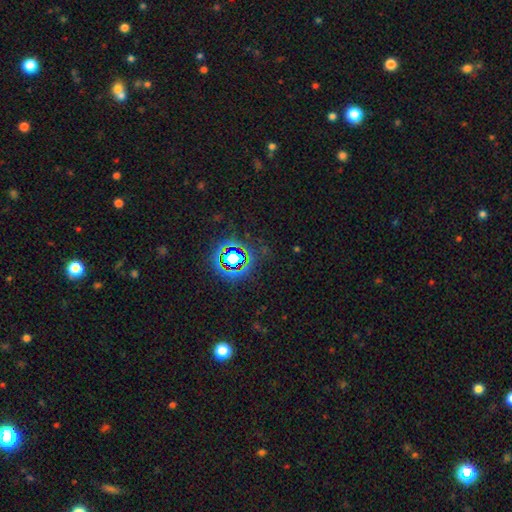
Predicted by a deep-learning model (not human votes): smooth_or_featured: star or artifact (p=0.76) [alt: smooth p=0.13]